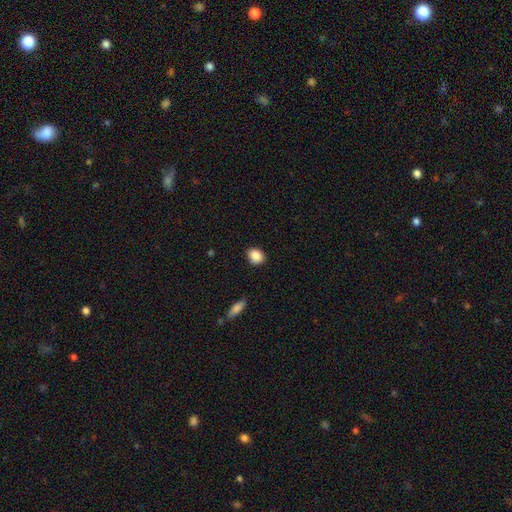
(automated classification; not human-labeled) smooth-or-featured: smooth: 87% | star or artifact: 8% | featured or disk: 4%
  how-rounded: round: 51% | in between: 48% | cigar-shaped: 1%
  merging: none: 85% | minor disturbance: 11% | major disturbance: 2% | merger: 1%